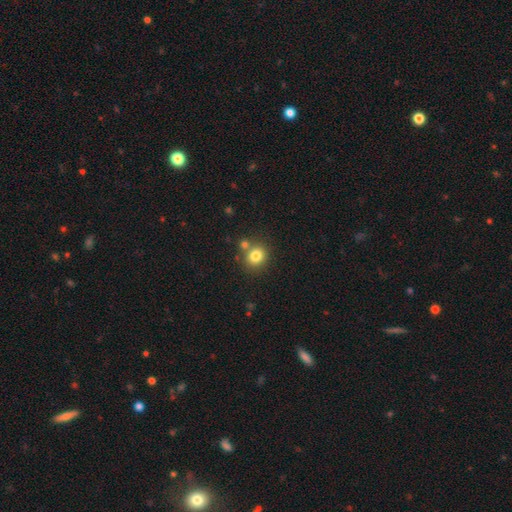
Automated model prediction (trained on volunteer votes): Smooth or featured? Predicted: smooth (p=0.81). How rounded? Predicted: round (p=0.78). Merging? Predicted: none (p=0.69).